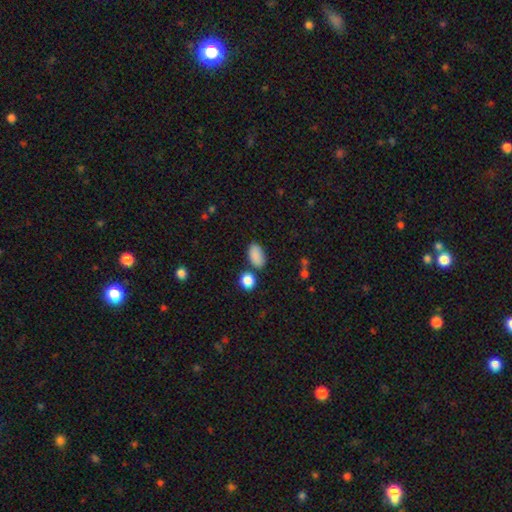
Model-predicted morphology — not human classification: type=smooth (87%); roundness=in between (92%); merging=none (75%).